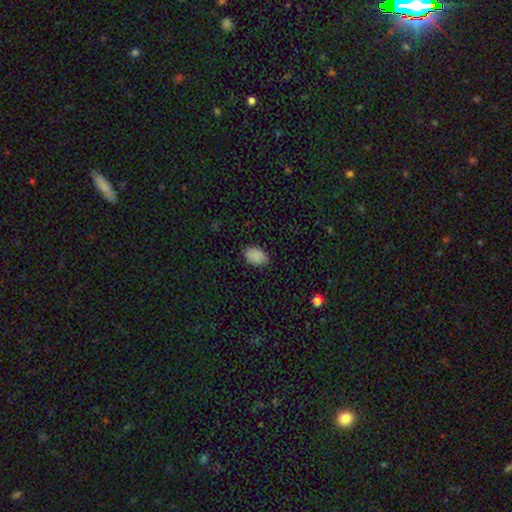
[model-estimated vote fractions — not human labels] Smooth or featured?
  - smooth: 89% *
  - star or artifact: 8%
  - featured or disk: 3%
How rounded?
  - in between: 88% *
  - round: 11%
  - cigar-shaped: 1%
Merging?
  - none: 88% *
  - minor disturbance: 9%
  - major disturbance: 2%
  - merger: 1%